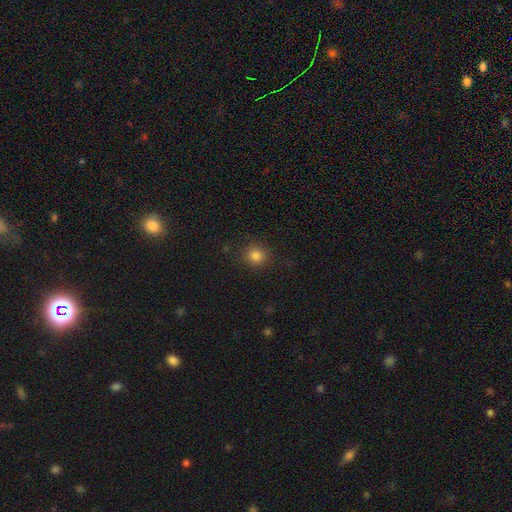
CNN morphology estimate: A smooth galaxy with no disk features (83%) that is round (91%). Merging: none (89%).